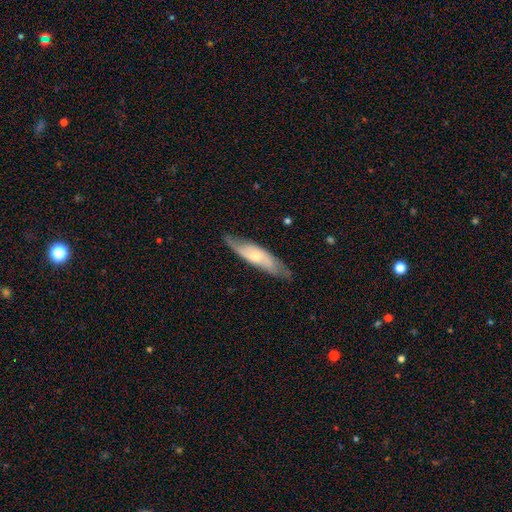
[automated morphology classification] featured or disk 58%, smooth 36%, star or artifact 6%. Down the decision tree: edge-on disk — no (59%); merging — none (76%).